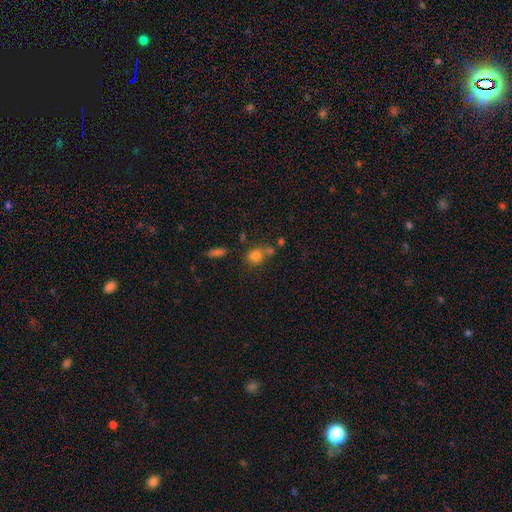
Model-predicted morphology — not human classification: This appears to be a smooth galaxy with no disk features (78%) that is round (64%). Merging: none (45%).